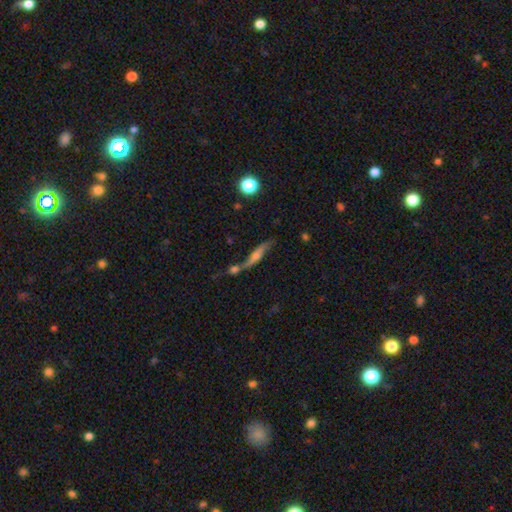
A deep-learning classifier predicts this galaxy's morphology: Smooth or featured? Predicted: featured or disk (p=0.61). Edge-on disk? Predicted: yes (p=0.59). Merging? Predicted: merger (p=0.38, tied with none).